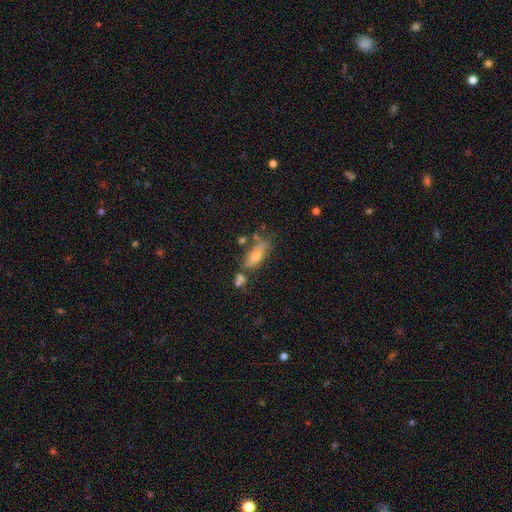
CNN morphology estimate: This is possibly a smooth galaxy (59%). How rounded: possibly in between (49%). Merging: likely none (62%).